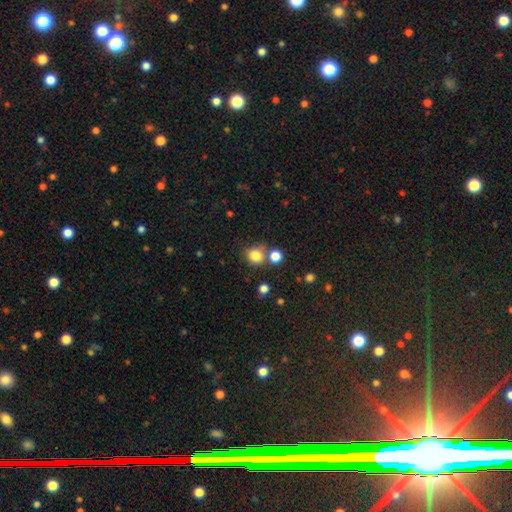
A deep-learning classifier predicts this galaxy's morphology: smooth 82%, star or artifact 12%, featured or disk 5%. Down the decision tree: how rounded — round (83%); merging — none (66%).